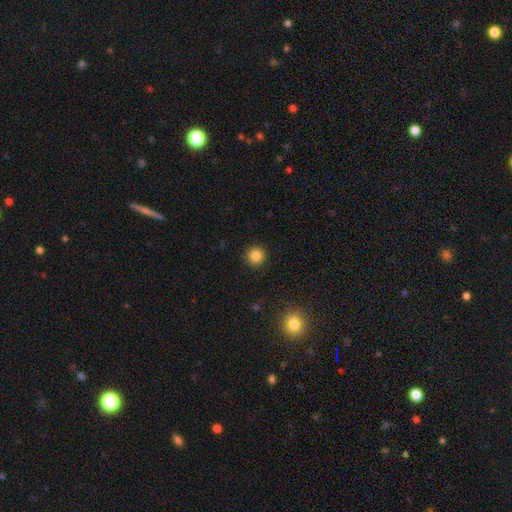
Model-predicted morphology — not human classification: Smooth or featured? smooth (84%)
How rounded? round (95%)
Merging? none (92%)